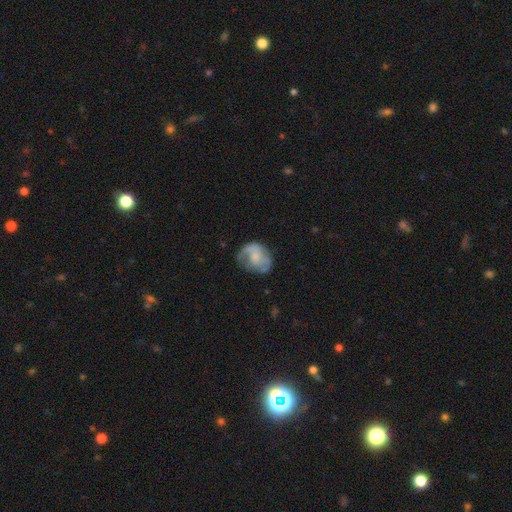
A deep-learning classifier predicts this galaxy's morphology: A featured or disk galaxy (49%).

Vote fractions:
- Smooth or featured? featured or disk: 49% / smooth: 44% / star or artifact: 7%
- Merging? none: 52% / minor disturbance: 27% / major disturbance: 19% / merger: 2%